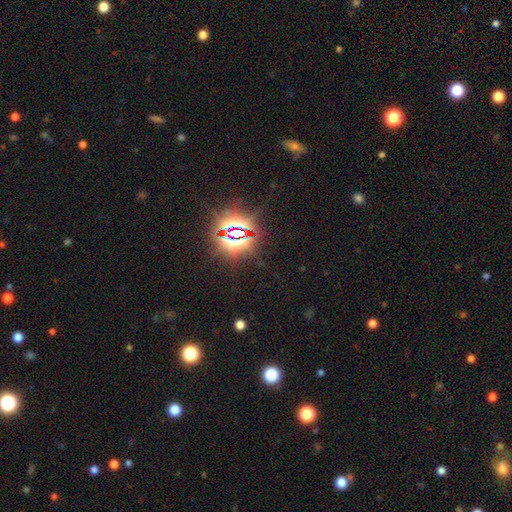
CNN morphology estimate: Q: Smooth or featured?
A: star or artifact (82%); runner-up: smooth (10%)